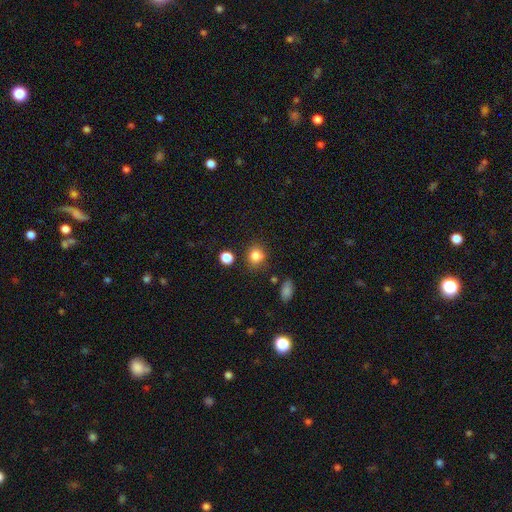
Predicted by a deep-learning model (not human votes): A smooth galaxy with no disk features (84%) that is round (76%).

Vote fractions:
- Smooth or featured? smooth: 84% / star or artifact: 11% / featured or disk: 5%
- How rounded? round: 76% / in between: 22% / cigar-shaped: 1%
- Merging? none: 79% / minor disturbance: 13% / merger: 4% / major disturbance: 4%